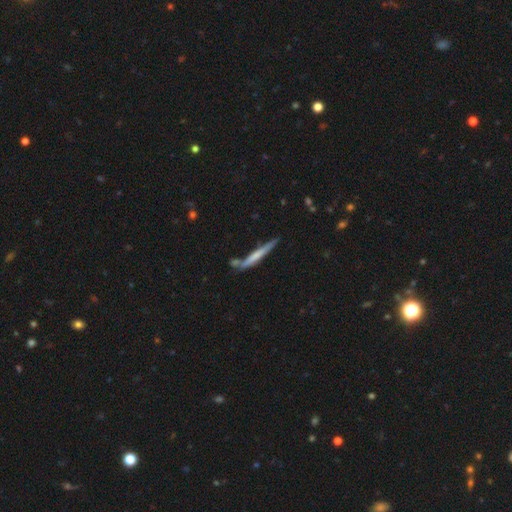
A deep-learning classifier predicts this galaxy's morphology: Smooth or featured? Predicted: smooth (p=0.52). How rounded? Predicted: cigar-shaped (p=0.95). Merging? Predicted: none (p=0.68).